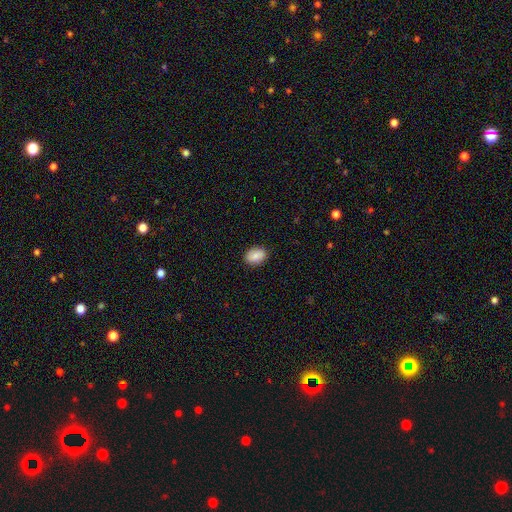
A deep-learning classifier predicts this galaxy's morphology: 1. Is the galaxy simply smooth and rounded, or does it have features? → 81% smooth, 11% featured or disk, 8% star or artifact.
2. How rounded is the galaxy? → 75% in between, 24% round, 1% cigar-shaped.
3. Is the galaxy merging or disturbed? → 87% none, 10% minor disturbance, 2% major disturbance, 1% merger.